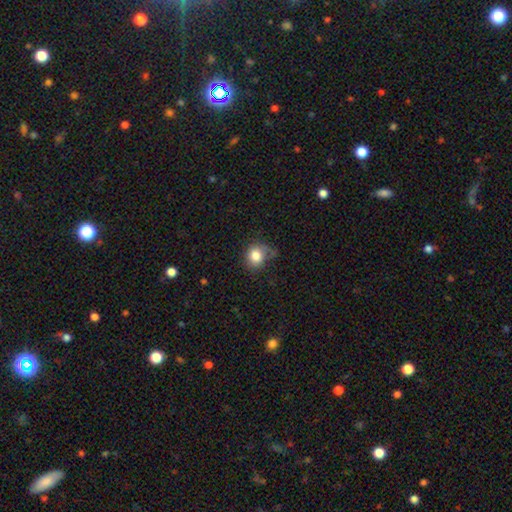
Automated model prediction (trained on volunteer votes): Morphology: type=smooth (82%); roundness=round (78%); merging=none (60%).